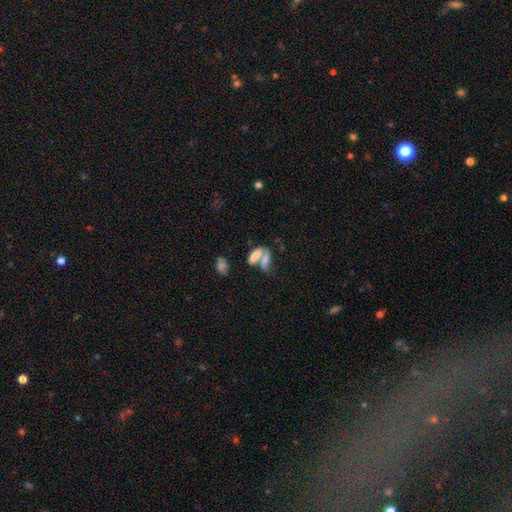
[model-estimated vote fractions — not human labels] Smooth or featured: smooth — 67% (featured or disk — 22%)
How rounded: in between — 79% (cigar-shaped — 16%)
Merging: merger — 59% (none — 23%)